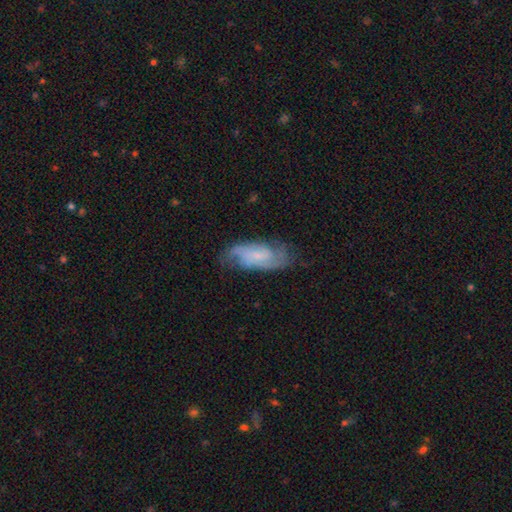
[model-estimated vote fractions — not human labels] The model was most divided on "bar": no: 45%, weak: 44%, strong: 11%. Remaining: edge-on disk — no (94%); spiral arms — yes (93%); smooth or featured — featured or disk (71%); merging — none (68%); spiral arm count — 2 (61%); bulge size — small (60%); spiral winding — medium (48%).